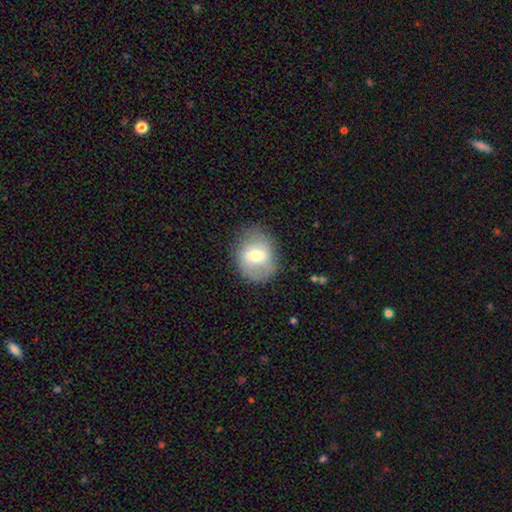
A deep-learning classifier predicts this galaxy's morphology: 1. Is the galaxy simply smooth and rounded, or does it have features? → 51% smooth, 41% featured or disk, 8% star or artifact.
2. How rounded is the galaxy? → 63% round, 36% in between, 1% cigar-shaped.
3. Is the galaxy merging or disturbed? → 79% none, 14% minor disturbance, 6% major disturbance, 1% merger.